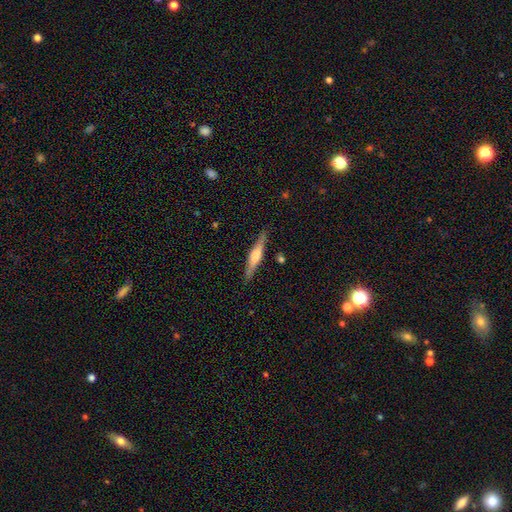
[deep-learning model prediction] Overall: featured or disk (55%; smooth 39%). Edge-on disk: yes (97%). Edge-on bulge: rounded (60%; boxy 29%). Merging: none (88%).